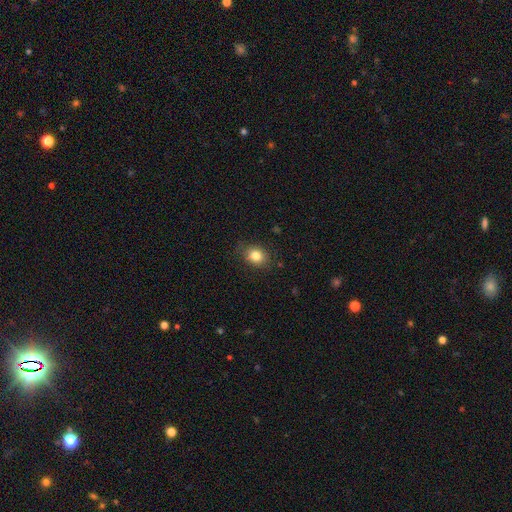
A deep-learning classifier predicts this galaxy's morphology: Smooth or featured?
  - smooth: 82% *
  - star or artifact: 11%
  - featured or disk: 8%
How rounded?
  - round: 52% *
  - in between: 47%
  - cigar-shaped: 1%
Merging?
  - none: 82% *
  - minor disturbance: 14%
  - major disturbance: 3%
  - merger: 1%